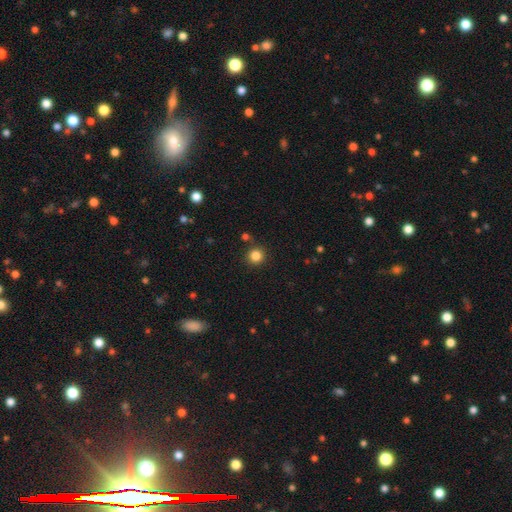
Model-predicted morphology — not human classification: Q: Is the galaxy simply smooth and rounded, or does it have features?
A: smooth — 83%.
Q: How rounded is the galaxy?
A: round — 94%.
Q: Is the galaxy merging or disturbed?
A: none — 87%.